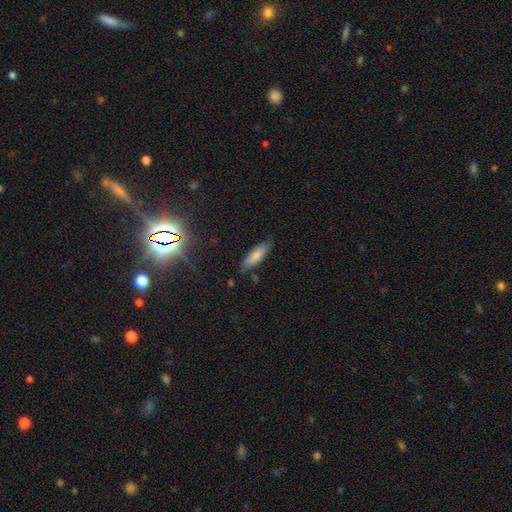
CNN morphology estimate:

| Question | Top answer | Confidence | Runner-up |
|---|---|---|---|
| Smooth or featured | smooth | 78% | featured or disk (14%) |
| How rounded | cigar-shaped | 55% | in between (43%) |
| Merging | none | 78% | minor disturbance (17%) |